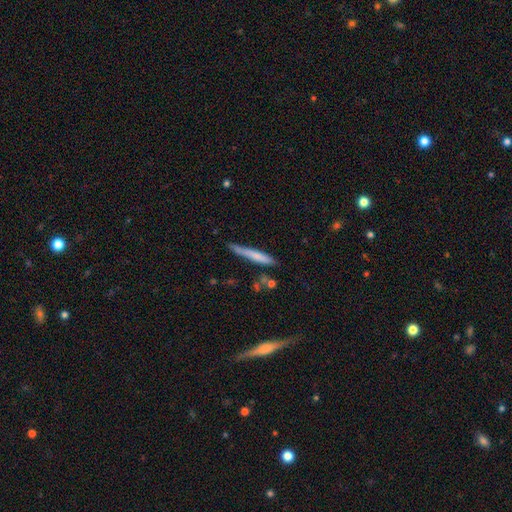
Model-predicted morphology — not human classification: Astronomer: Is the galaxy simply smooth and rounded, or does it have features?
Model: smooth — 61%.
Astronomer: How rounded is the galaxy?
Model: cigar-shaped — 95%.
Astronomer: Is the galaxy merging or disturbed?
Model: none — 69%.